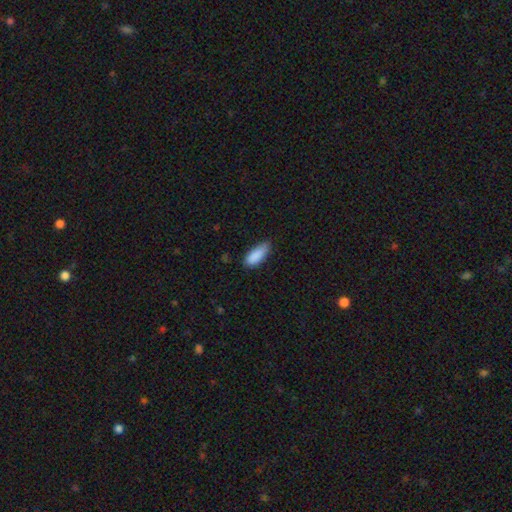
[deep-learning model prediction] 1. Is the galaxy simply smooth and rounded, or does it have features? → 89% smooth, 6% star or artifact, 5% featured or disk.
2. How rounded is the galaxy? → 75% in between, 23% cigar-shaped, 2% round.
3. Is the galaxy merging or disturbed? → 71% none, 25% minor disturbance, 3% major disturbance, 1% merger.